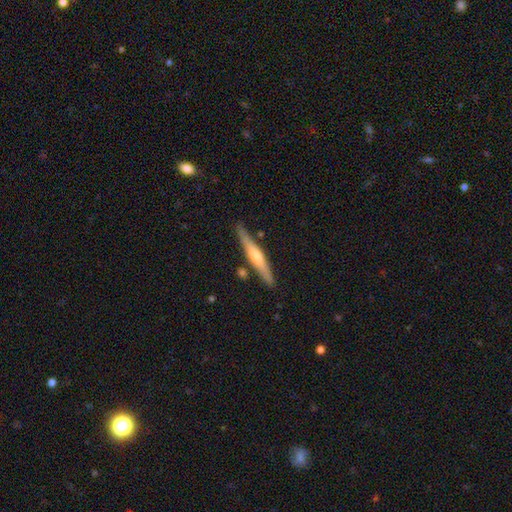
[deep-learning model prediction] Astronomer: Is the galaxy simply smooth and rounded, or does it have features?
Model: featured or disk — 65%.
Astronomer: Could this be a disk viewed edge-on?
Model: yes — 96%.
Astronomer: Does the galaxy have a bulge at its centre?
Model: rounded — 73%.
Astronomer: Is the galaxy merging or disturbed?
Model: none — 84%.